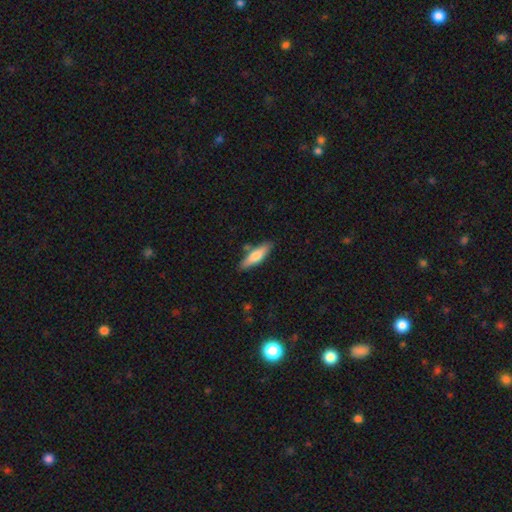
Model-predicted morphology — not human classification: This appears to be a smooth galaxy with no disk features (69%) that is cigar-shaped (62%). Merging: none (81%).